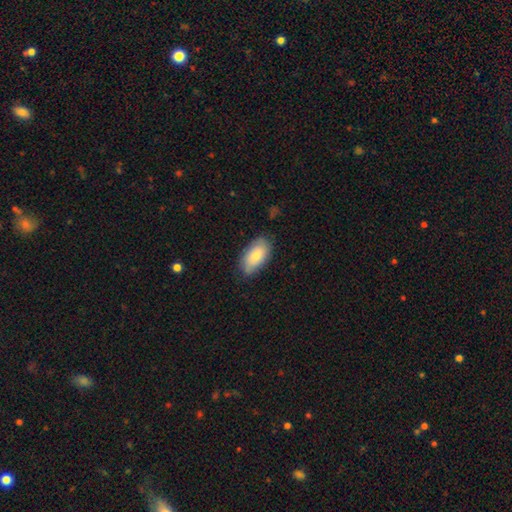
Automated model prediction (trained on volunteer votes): Morphology: type=smooth (77%); roundness=in between (93%); merging=none (79%).